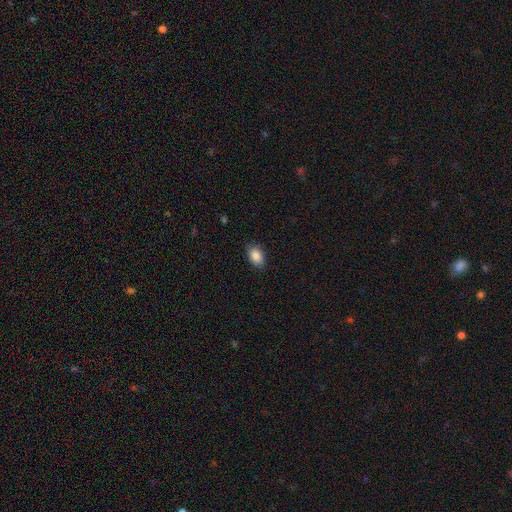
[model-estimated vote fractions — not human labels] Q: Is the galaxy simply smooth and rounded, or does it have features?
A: smooth — 88%.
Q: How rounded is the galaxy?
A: in between — 85%.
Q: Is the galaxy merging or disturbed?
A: none — 86%.